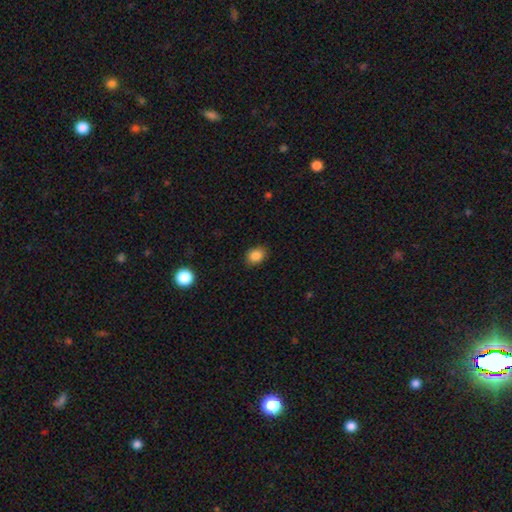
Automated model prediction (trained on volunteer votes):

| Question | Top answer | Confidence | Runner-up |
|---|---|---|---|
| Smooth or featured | smooth | 86% | star or artifact (10%) |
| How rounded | in between | 53% | round (46%) |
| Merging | none | 85% | minor disturbance (11%) |